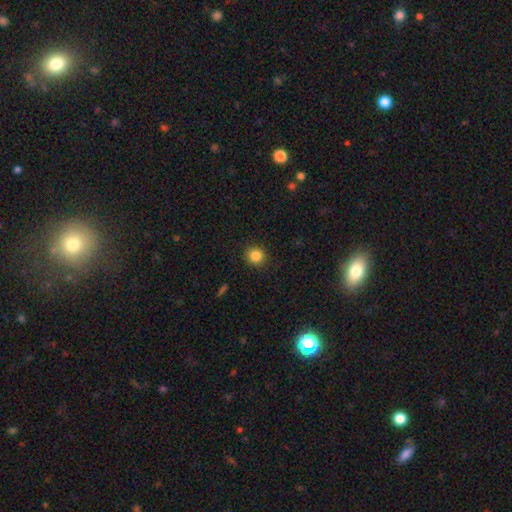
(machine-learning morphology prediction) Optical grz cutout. It shows a smooth galaxy with no disk features (85%) that is round (91%). Merging: none (90%).